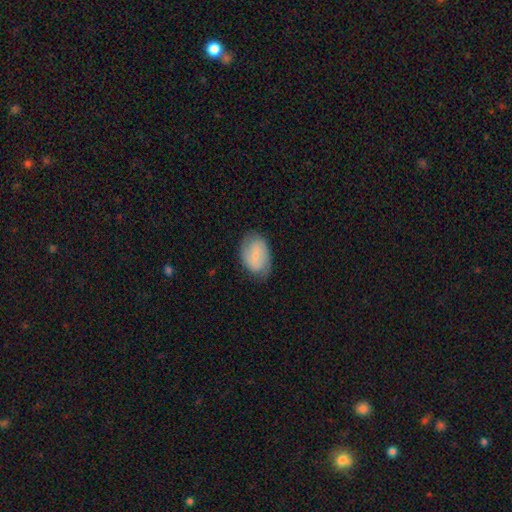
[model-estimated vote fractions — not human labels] Smooth or featured? smooth (53%)
How rounded? in between (83%)
Merging? none (72%)